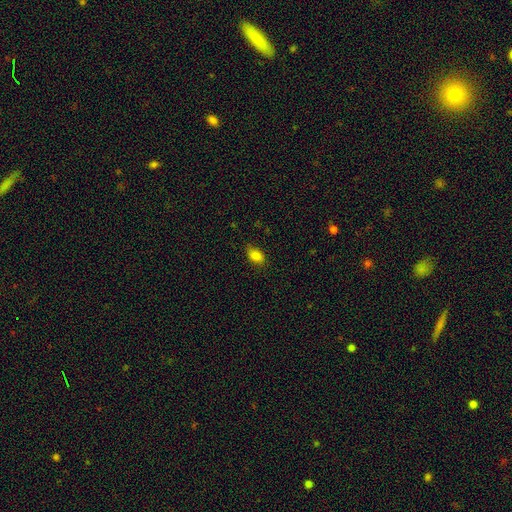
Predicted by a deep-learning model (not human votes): Smooth or featured? smooth (84%)
How rounded? in between (83%)
Merging? none (78%)